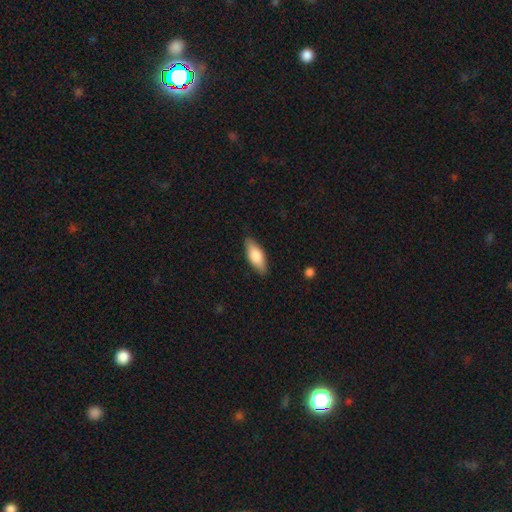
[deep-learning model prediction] smooth_or_featured: smooth (p=0.76) [alt: featured or disk p=0.19]
how_rounded: in between (p=0.75) [alt: cigar-shaped p=0.23]
merging: none (p=0.86) [alt: minor disturbance p=0.11]